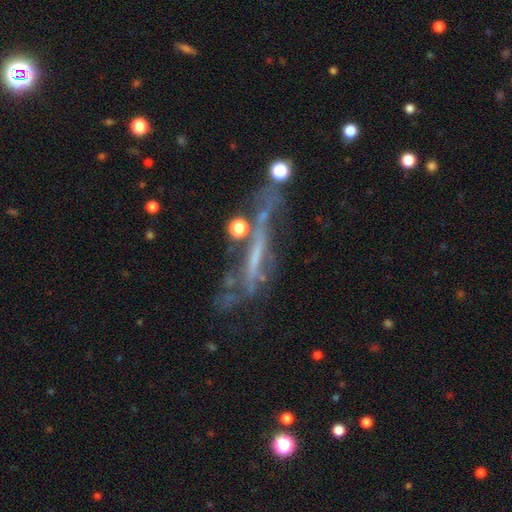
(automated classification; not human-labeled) This appears to be a featured or disk galaxy (63%) viewed edge-on (51%). Merging: none (36%).